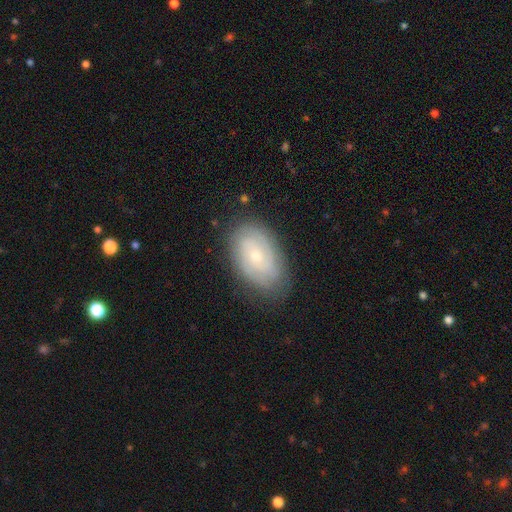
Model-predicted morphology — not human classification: A featured or disk galaxy (67%) with no bar (69%), tight (67%) spiral arms (87%) and a small central bulge (65%). Merging: none (78%).